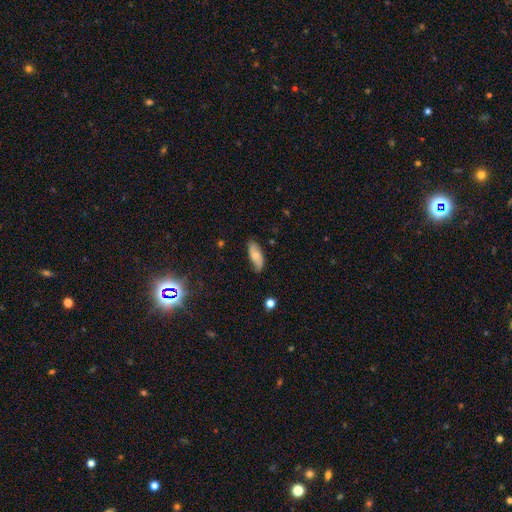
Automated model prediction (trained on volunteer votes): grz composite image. It shows a smooth galaxy with no disk features (62%) that is in between round and cigar-shaped (77%). Merging: none (77%).